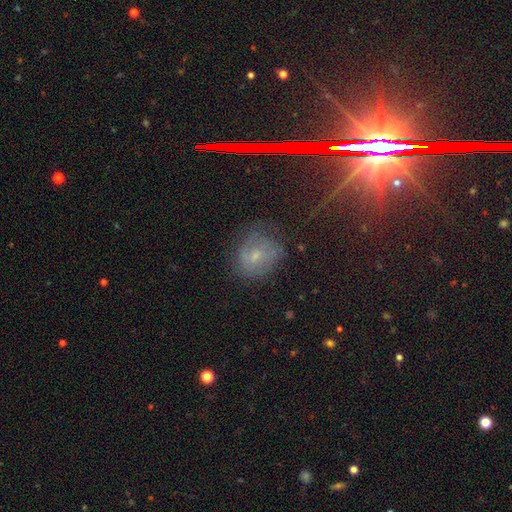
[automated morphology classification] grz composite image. It shows a smooth galaxy with no disk features (45%). Merging: none (69%).